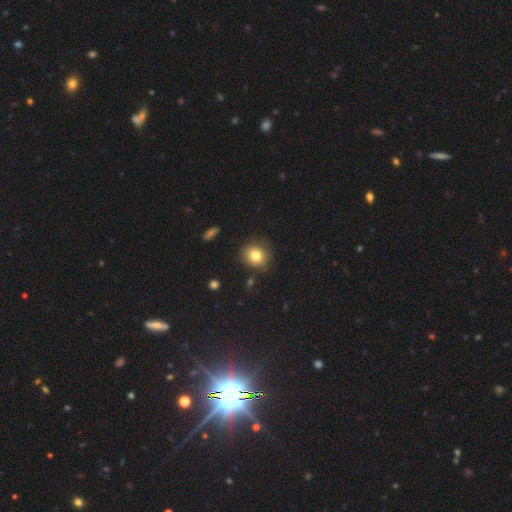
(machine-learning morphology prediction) The model was most divided on "how rounded": round: 76%, in between: 23%, cigar-shaped: 1%. More confident: merging — none (83%); smooth or featured — smooth (81%).